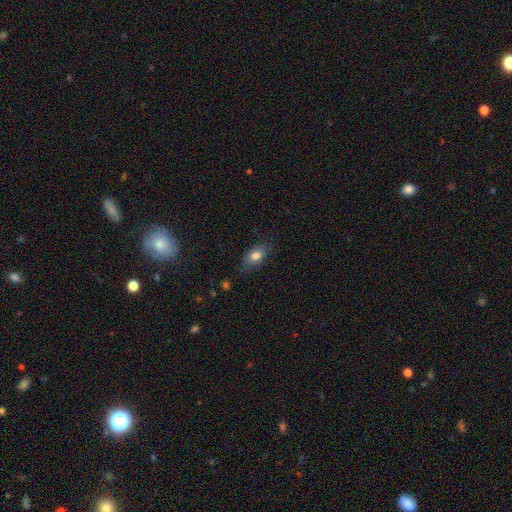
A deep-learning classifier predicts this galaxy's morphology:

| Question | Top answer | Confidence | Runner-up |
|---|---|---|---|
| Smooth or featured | smooth | 77% | featured or disk (14%) |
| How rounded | in between | 84% | round (10%) |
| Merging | none | 76% | minor disturbance (18%) |